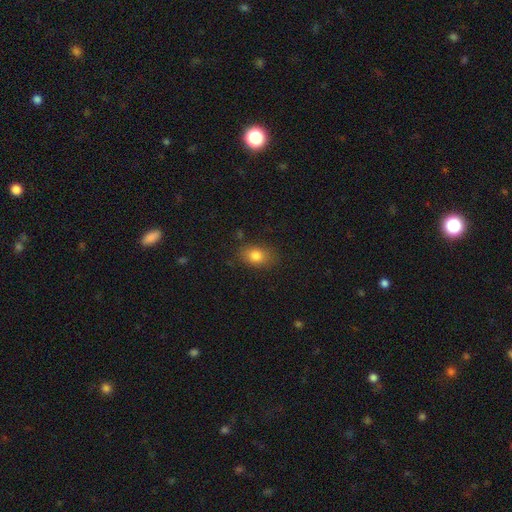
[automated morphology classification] smooth 82%, star or artifact 10%, featured or disk 9%. Down the decision tree: how rounded — in between (76%); merging — none (81%).